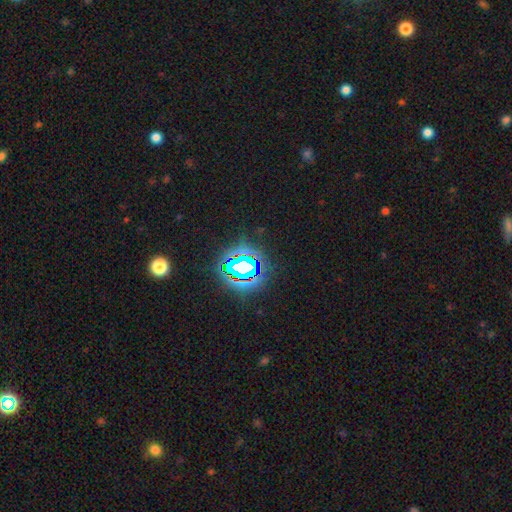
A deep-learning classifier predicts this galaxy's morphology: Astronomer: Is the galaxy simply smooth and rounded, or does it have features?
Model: star or artifact — 82%.